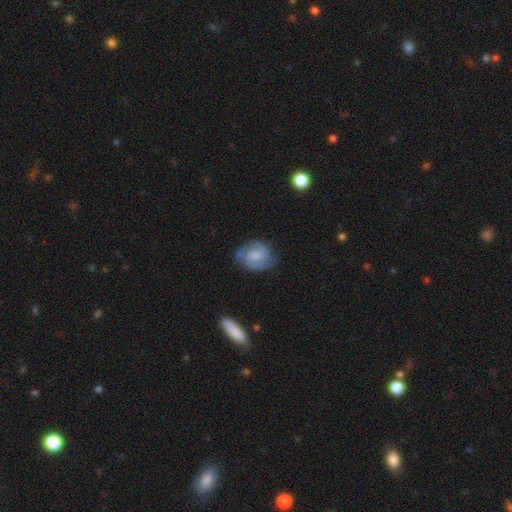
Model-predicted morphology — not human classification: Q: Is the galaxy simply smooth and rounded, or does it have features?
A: featured or disk — 65%.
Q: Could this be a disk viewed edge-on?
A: no — 97%.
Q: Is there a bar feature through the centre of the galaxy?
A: weak — 53%.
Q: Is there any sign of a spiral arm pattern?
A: yes — 91%.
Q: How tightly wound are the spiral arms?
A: medium — 49%.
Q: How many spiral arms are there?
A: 2 — 81%.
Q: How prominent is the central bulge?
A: small — 35%.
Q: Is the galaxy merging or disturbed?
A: none — 69%.